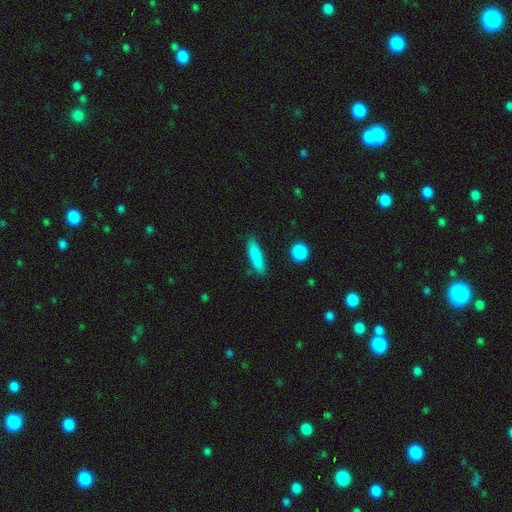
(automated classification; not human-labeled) The model was most divided on "how rounded": cigar-shaped: 79%, in between: 19%, round: 2%. More confident: smooth or featured — smooth (83%); merging — none (82%).